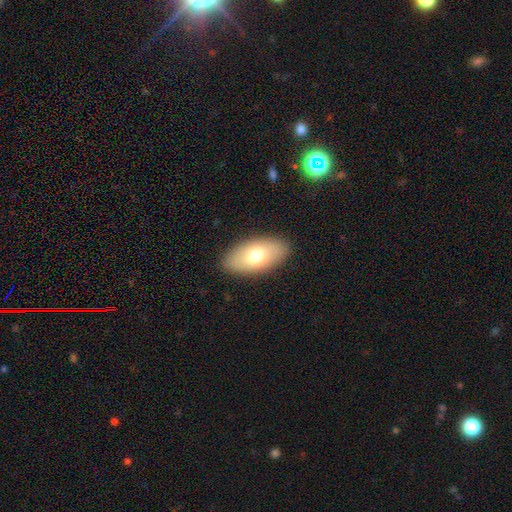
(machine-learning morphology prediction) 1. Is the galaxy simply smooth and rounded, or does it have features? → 73% smooth, 21% featured or disk, 6% star or artifact.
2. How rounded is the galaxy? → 93% in between, 3% cigar-shaped, 3% round.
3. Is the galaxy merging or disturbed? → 88% none, 9% minor disturbance, 2% major disturbance, 1% merger.